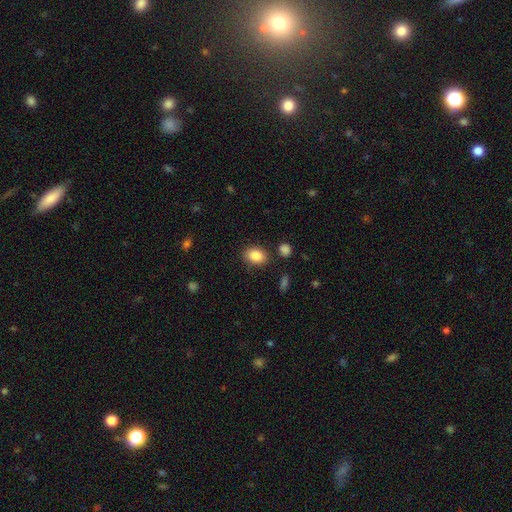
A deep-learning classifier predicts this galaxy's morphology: A smooth galaxy with no disk features (86%) that is in between round and cigar-shaped (75%). Merging: none (82%).